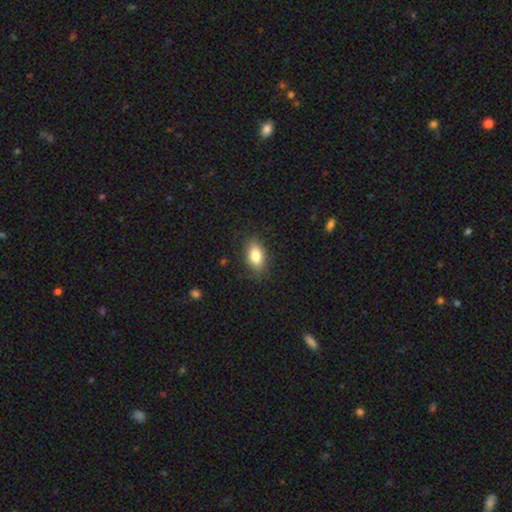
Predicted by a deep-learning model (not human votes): Overall: smooth (81%). How rounded: in between (88%). Merging: none (84%).